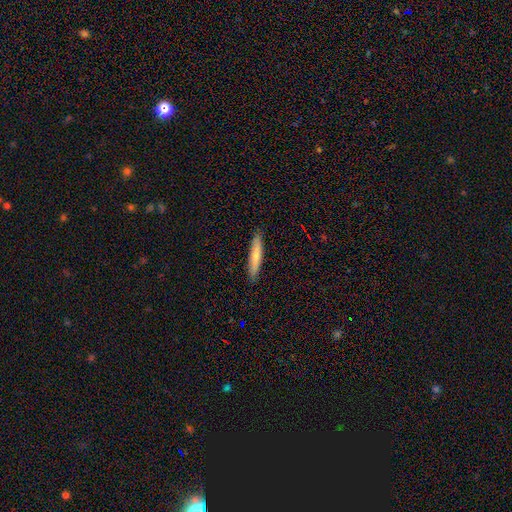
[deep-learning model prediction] Smooth or featured? Predicted: smooth (p=0.68). How rounded? Predicted: cigar-shaped (p=0.89). Merging? Predicted: none (p=0.90).